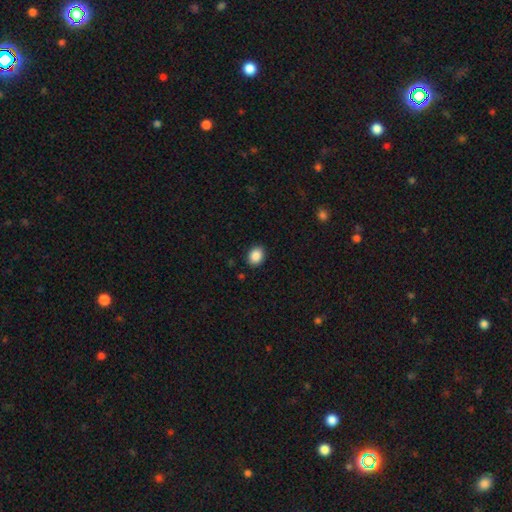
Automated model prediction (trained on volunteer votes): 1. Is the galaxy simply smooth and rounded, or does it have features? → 88% smooth, 8% star or artifact, 4% featured or disk.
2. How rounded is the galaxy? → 58% in between, 41% round, 1% cigar-shaped.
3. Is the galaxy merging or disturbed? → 89% none, 8% minor disturbance, 2% major disturbance, 1% merger.